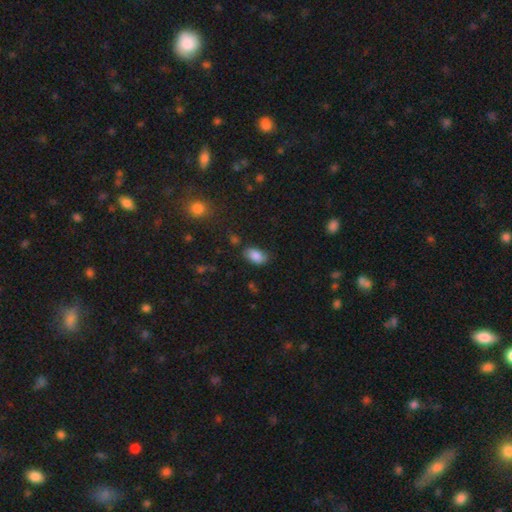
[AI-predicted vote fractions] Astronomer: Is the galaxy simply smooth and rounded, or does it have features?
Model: smooth — 85%.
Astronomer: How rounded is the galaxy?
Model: in between — 91%.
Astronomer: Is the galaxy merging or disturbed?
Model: none — 74%.